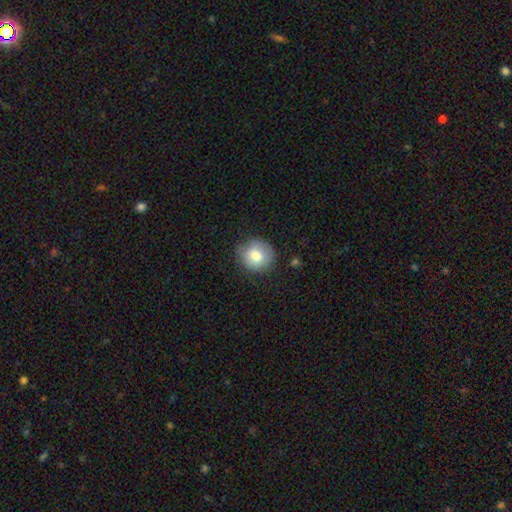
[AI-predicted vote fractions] A smooth galaxy with no disk features (80%) that is round (84%). Merging: none (74%).